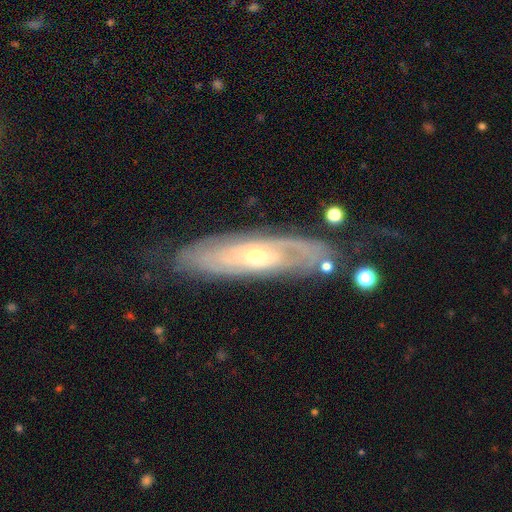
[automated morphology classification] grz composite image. It shows a featured or disk galaxy (78%) with no bar (73%), spiral arms (79%) and a moderate central bulge (48%, tied with small). Merging: none (69%).